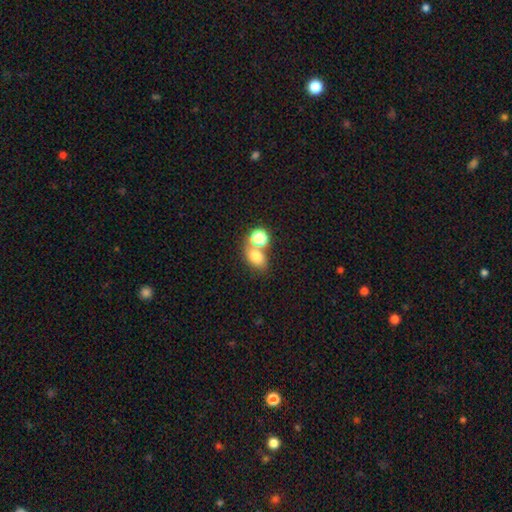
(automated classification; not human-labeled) Smooth or featured: smooth — 74% (star or artifact — 14%)
How rounded: in between — 66% (round — 33%)
Merging: none — 48% (merger — 38%)